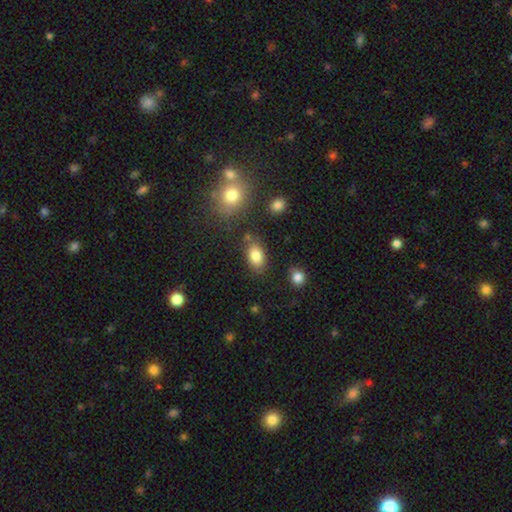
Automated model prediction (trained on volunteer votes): Smooth or featured: smooth — 84% (star or artifact — 9%)
How rounded: in between — 87% (round — 11%)
Merging: none — 77% (minor disturbance — 13%)